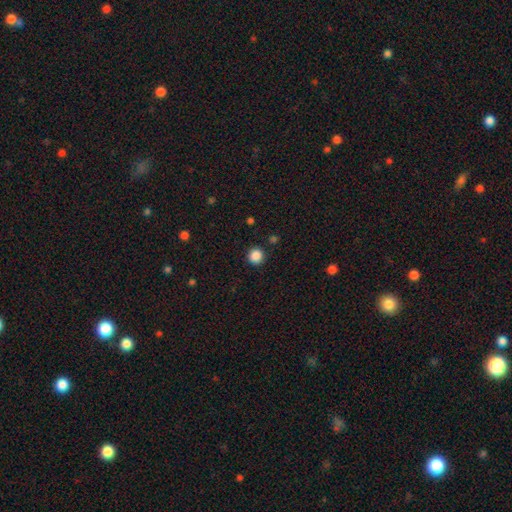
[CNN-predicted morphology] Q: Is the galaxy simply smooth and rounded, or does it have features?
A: smooth — 87%.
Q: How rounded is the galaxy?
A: round — 92%.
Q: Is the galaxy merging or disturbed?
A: none — 90%.